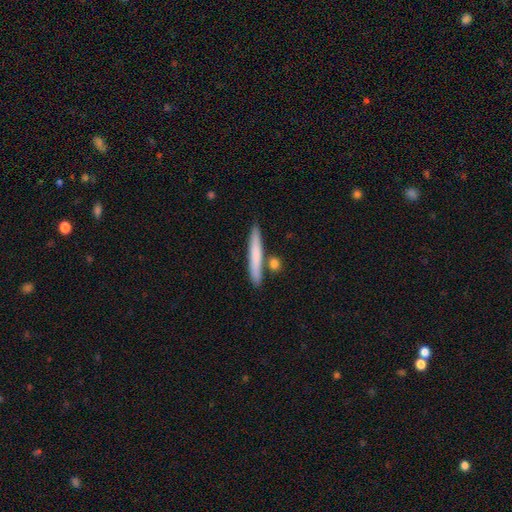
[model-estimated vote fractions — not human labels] Smooth or featured? Predicted: smooth (p=0.71). How rounded? Predicted: cigar-shaped (p=0.94). Merging? Predicted: none (p=0.80).